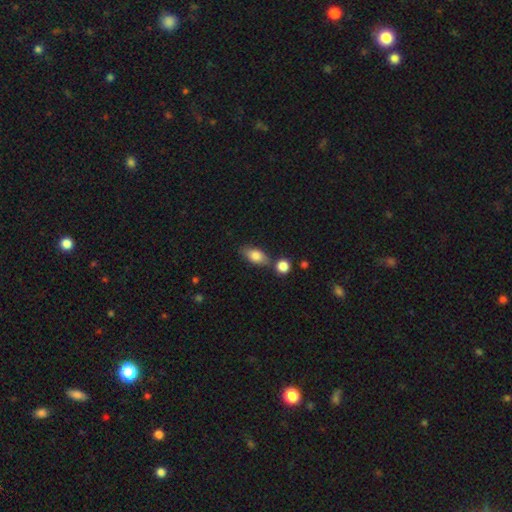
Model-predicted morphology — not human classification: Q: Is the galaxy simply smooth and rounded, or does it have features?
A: smooth — 78%.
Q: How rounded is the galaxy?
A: in between — 83%.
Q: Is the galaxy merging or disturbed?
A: none — 67%.